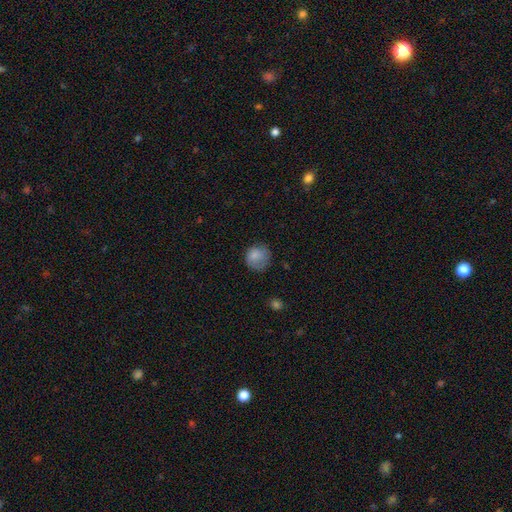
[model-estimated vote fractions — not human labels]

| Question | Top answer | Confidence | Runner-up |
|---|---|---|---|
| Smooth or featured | smooth | 83% | star or artifact (9%) |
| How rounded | round | 84% | in between (15%) |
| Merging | none | 66% | minor disturbance (24%) |